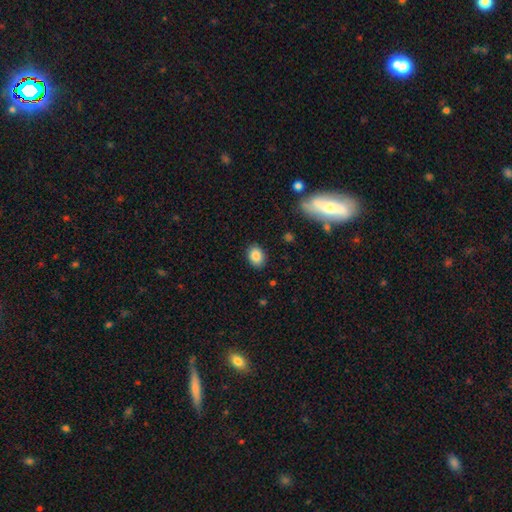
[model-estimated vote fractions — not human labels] smooth 85%, star or artifact 9%, featured or disk 6%. Down the decision tree: how rounded — in between (65%); merging — none (88%).